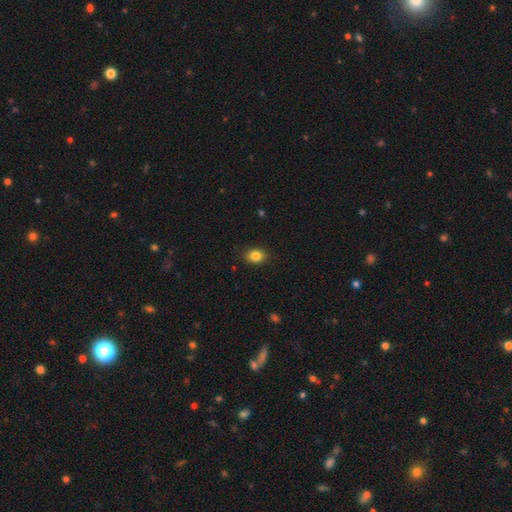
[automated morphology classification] Smooth or featured? smooth (85%)
How rounded? in between (53%)
Merging? none (88%)